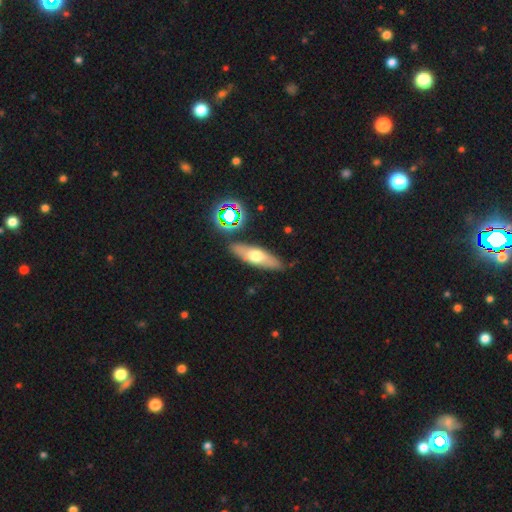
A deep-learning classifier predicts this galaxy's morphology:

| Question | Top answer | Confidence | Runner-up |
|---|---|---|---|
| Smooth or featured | smooth | 51% | featured or disk (40%) |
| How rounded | cigar-shaped | 51% | in between (45%) |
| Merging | none | 83% | minor disturbance (10%) |